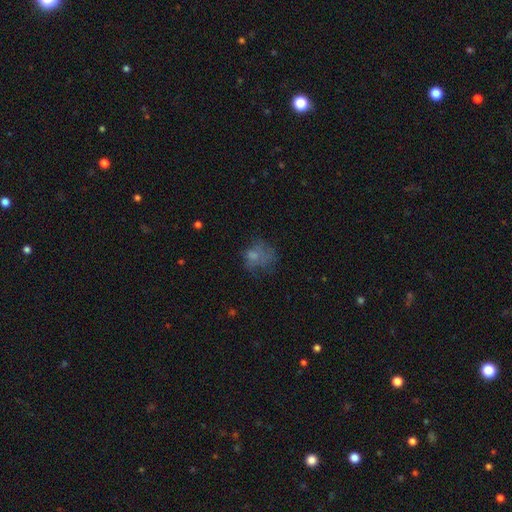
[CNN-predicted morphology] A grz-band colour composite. It shows a smooth galaxy with no disk features (55%) that is round (57%). Merging: none (39%).